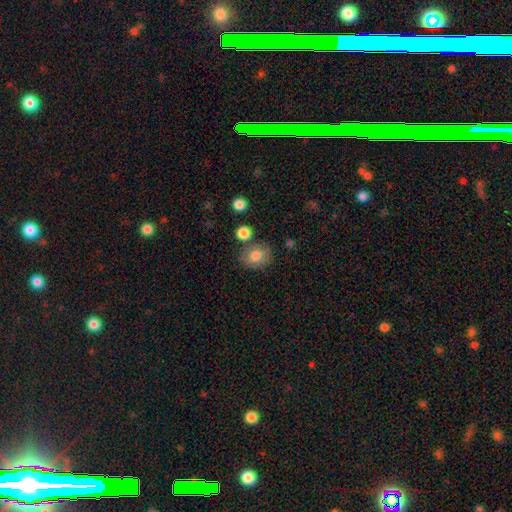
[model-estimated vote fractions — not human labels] The model was most divided on "how rounded": round: 51%, in between: 48%, cigar-shaped: 1%. More confident: smooth or featured — smooth (79%); merging — none (71%).